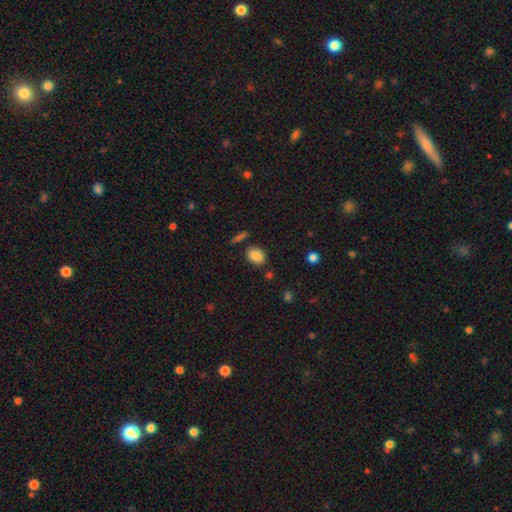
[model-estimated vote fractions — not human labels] smooth-or-featured: smooth: 85% | star or artifact: 9% | featured or disk: 6%
  how-rounded: in between: 57% | round: 42% | cigar-shaped: 1%
  merging: none: 82% | minor disturbance: 11% | merger: 5% | major disturbance: 3%